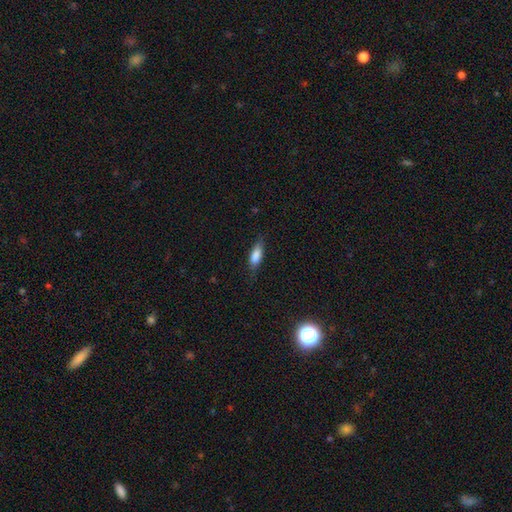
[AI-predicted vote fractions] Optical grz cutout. It shows a smooth galaxy with no disk features (80%) that is in between round and cigar-shaped (62%). Merging: none (71%).